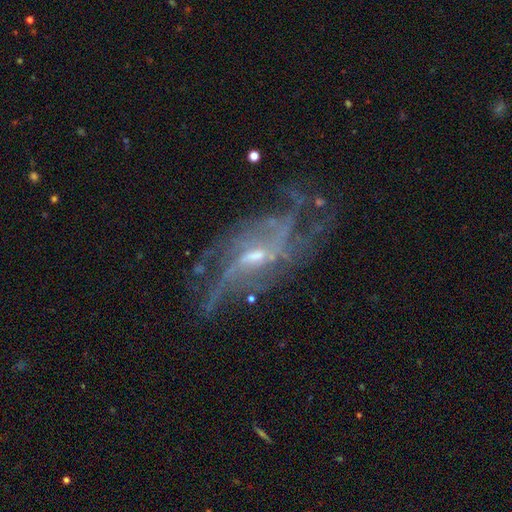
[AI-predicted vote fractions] smooth-or-featured: featured or disk: 85% | star or artifact: 8% | smooth: 7%
  disk-edge-on: no: 90% | yes: 10%
    bar: weak: 50% | no: 32% | strong: 18%
    has-spiral-arms: yes: 89% | no: 11%
      spiral-winding: loose: 45% | medium: 35% | tight: 20%
      spiral-arm-count: can't tell: 34% | 2: 25% | 3: 14% | 4: 13% | more than 4: 8% | 1: 7%
    bulge-size: small: 53% | moderate: 37% | none: 6% | large: 3% | dominant: 1%
  merging: none: 56% | major disturbance: 21% | minor disturbance: 19% | merger: 4%